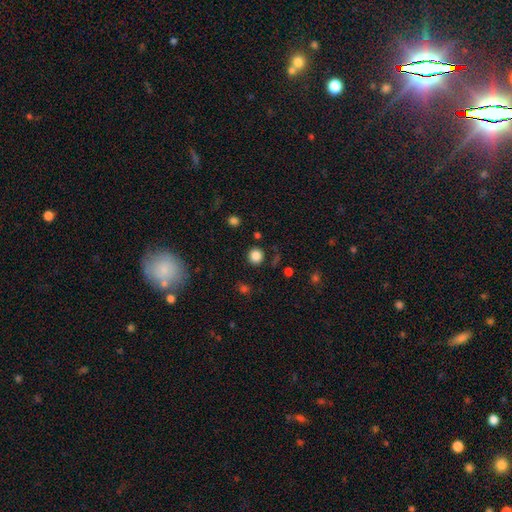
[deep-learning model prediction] A smooth galaxy with no disk features (84%) that is round (92%).

Vote fractions:
- Smooth or featured? smooth: 84% / star or artifact: 12% / featured or disk: 4%
- How rounded? round: 92% / in between: 7% / cigar-shaped: 1%
- Merging? none: 88% / minor disturbance: 7% / major disturbance: 3% / merger: 2%